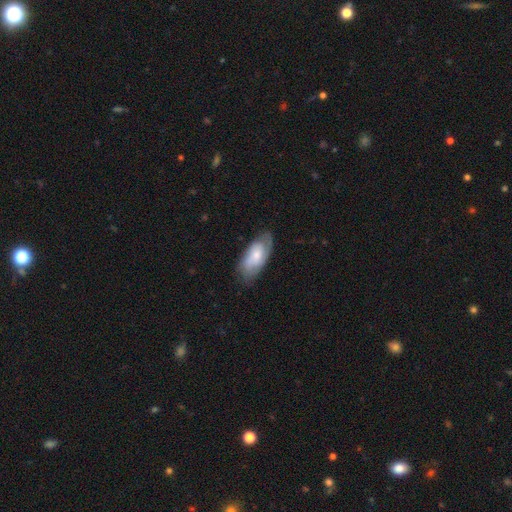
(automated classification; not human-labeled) smooth-or-featured: smooth: 57% | featured or disk: 37% | star or artifact: 6%
  how-rounded: in between: 89% | cigar-shaped: 9% | round: 3%
  merging: none: 66% | minor disturbance: 25% | major disturbance: 7% | merger: 1%